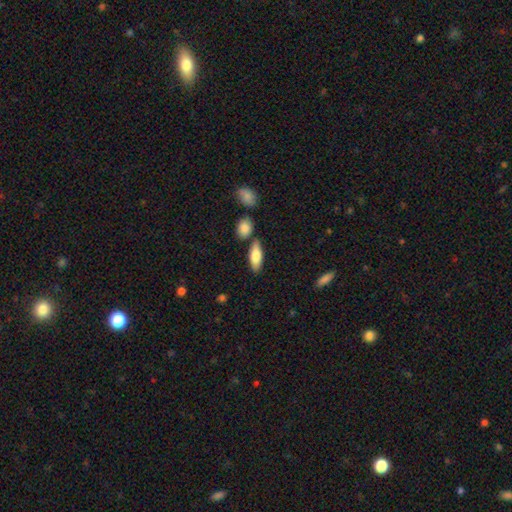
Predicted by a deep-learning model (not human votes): smooth-or-featured: smooth: 77% | featured or disk: 17% | star or artifact: 6%
  how-rounded: in between: 71% | cigar-shaped: 26% | round: 3%
  merging: none: 76% | minor disturbance: 11% | merger: 9% | major disturbance: 3%